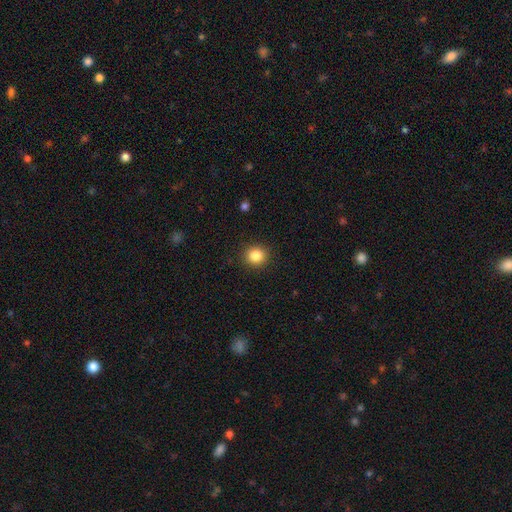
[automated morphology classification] type=smooth (85%); roundness=round (86%); merging=none (91%).